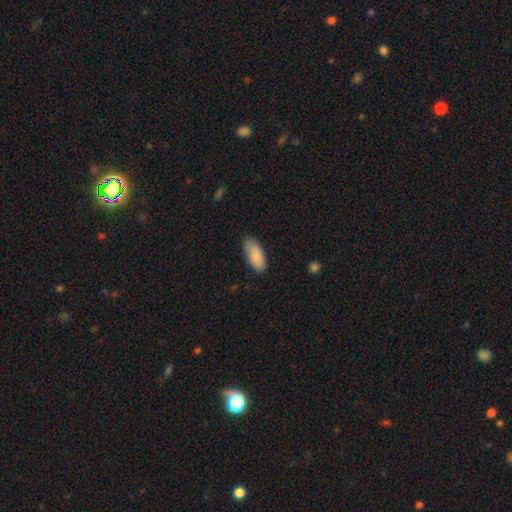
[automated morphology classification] Smooth or featured? Predicted: smooth (p=0.89). How rounded? Predicted: in between (p=0.86). Merging? Predicted: none (p=0.80).